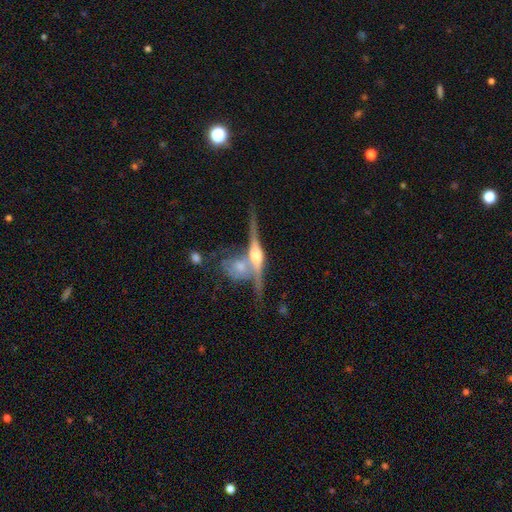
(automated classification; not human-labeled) smooth-or-featured: featured or disk: 82% | smooth: 12% | star or artifact: 7%
  disk-edge-on: yes: 92% | no: 8%
    edge-on-bulge: rounded: 88% | boxy: 8% | none: 4%
  merging: none: 45% | merger: 35% | minor disturbance: 13% | major disturbance: 7%